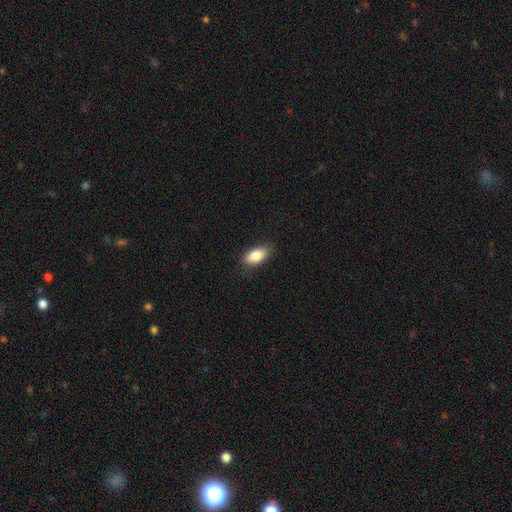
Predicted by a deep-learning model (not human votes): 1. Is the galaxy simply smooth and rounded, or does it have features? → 84% smooth, 9% featured or disk, 7% star or artifact.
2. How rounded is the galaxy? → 88% in between, 7% cigar-shaped, 5% round.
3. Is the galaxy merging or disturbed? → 82% none, 14% minor disturbance, 3% major disturbance, 1% merger.